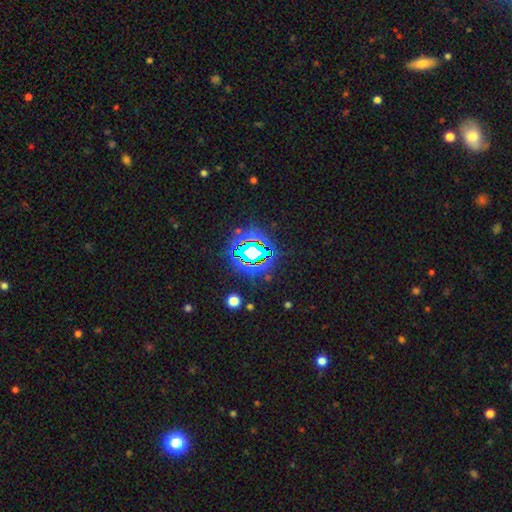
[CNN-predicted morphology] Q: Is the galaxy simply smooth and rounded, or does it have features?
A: star or artifact — 82%.